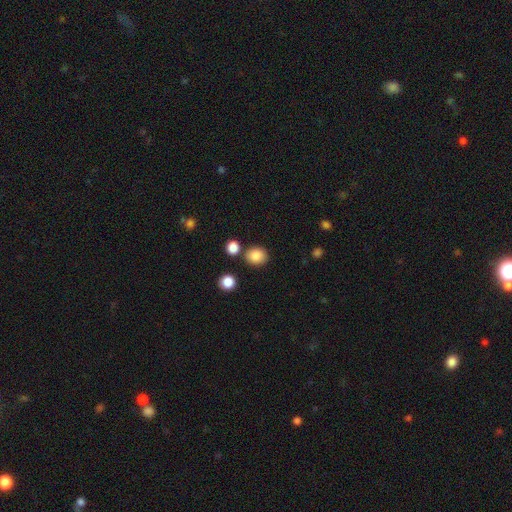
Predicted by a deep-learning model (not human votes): The model was most divided on "how rounded": round: 65%, in between: 34%, cigar-shaped: 1%. More confident: smooth or featured — smooth (86%); merging — none (78%).